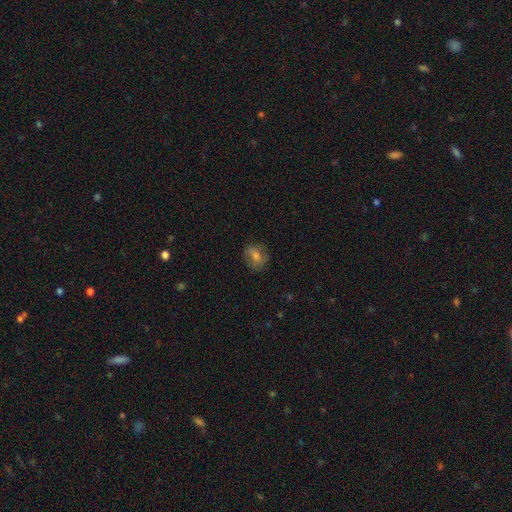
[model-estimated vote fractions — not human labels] A smooth galaxy with no disk features (58%) that is round (61%).

Vote fractions:
- Smooth or featured? smooth: 58% / featured or disk: 27% / star or artifact: 15%
- How rounded? round: 61% / in between: 37% / cigar-shaped: 2%
- Merging? none: 77% / minor disturbance: 16% / major disturbance: 5% / merger: 1%